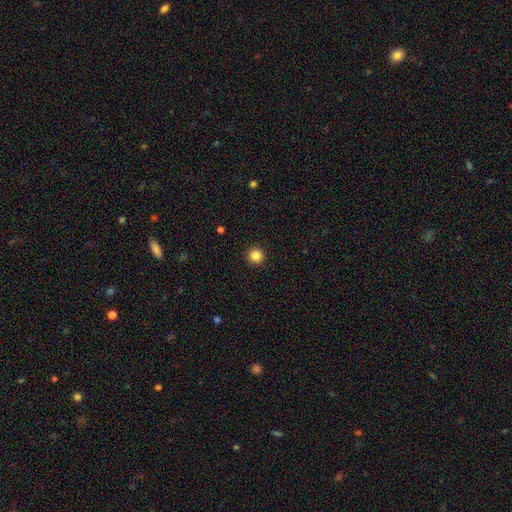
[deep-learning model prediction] smooth 85%, star or artifact 11%, featured or disk 4%. Down the decision tree: how rounded — round (96%); merging — none (92%).